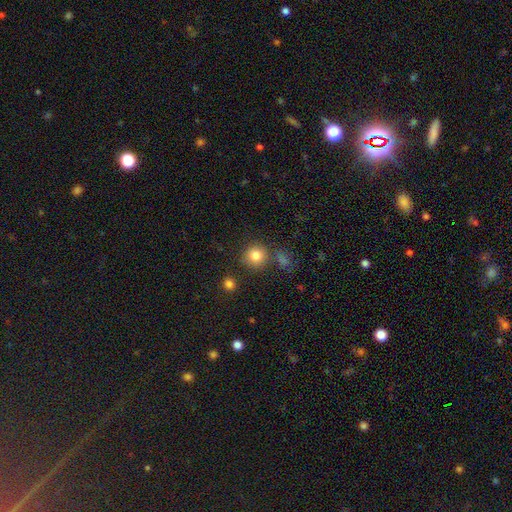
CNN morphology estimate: Q: Smooth or featured?
A: smooth (83%); runner-up: star or artifact (11%)
Q: How rounded?
A: round (91%); runner-up: in between (8%)
Q: Merging?
A: none (79%); runner-up: minor disturbance (10%)